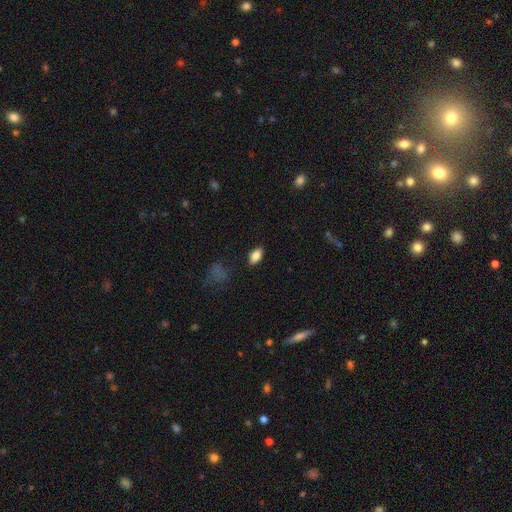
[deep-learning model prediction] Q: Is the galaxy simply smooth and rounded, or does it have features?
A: smooth — 82%.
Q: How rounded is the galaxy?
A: in between — 89%.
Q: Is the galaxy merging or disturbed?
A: none — 86%.